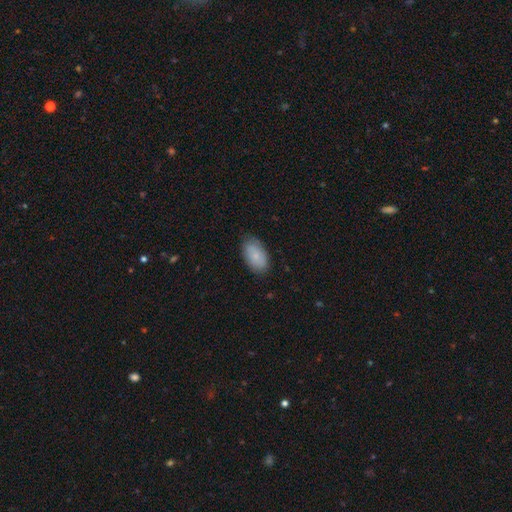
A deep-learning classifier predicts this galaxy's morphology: Smooth or featured? Predicted: smooth (p=0.83). How rounded? Predicted: in between (p=0.94). Merging? Predicted: none (p=0.79).